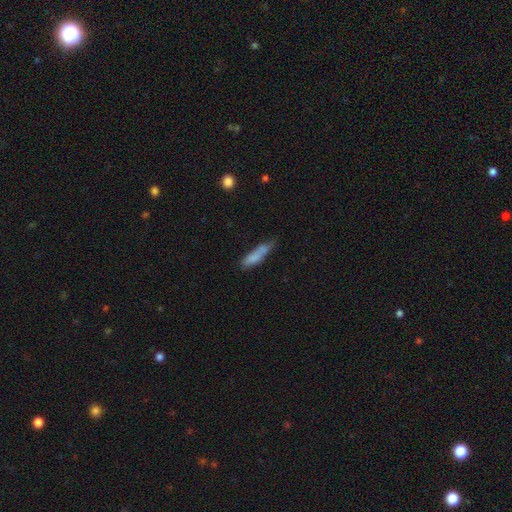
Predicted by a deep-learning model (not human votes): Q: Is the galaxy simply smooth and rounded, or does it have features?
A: smooth — 75%.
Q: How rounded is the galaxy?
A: cigar-shaped — 71%.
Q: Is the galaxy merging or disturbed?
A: none — 48%.